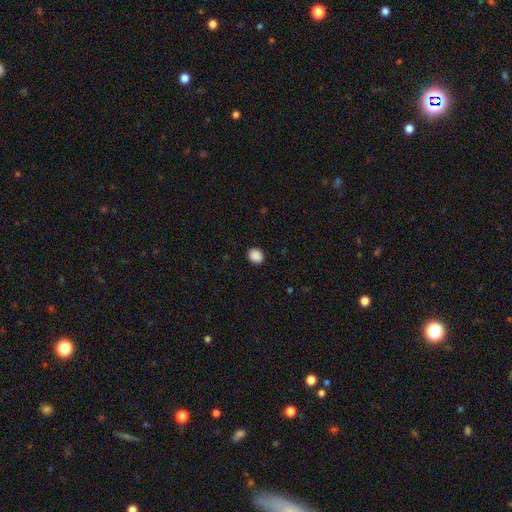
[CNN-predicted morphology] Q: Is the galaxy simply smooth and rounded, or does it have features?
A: smooth — 89%.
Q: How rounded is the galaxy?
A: round — 64%.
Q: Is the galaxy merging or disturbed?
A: none — 91%.